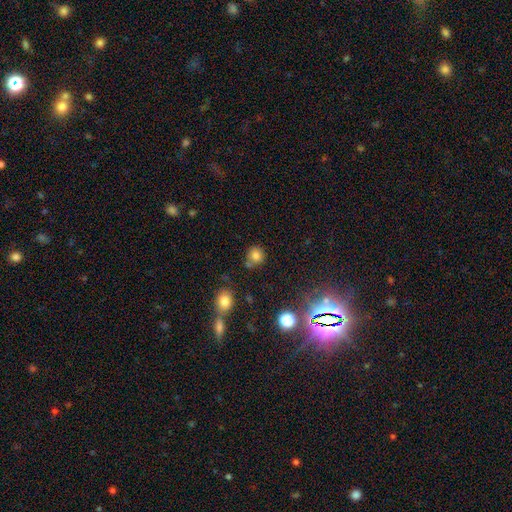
Morphology: type=smooth (80%); roundness=round (97%); merging=none (86%).